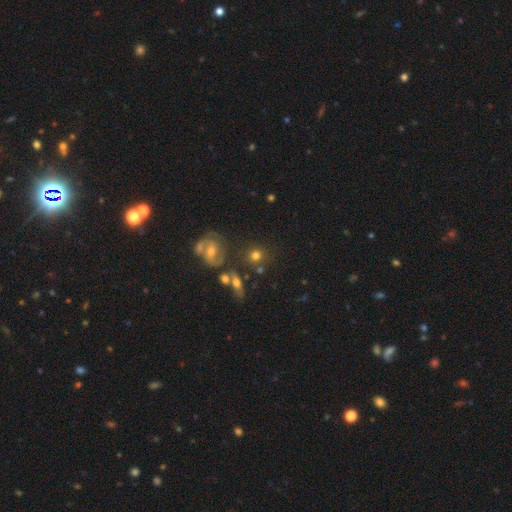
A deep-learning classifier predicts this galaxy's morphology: Smooth or featured? smooth (69%)
How rounded? round (84%)
Merging? none (65%)